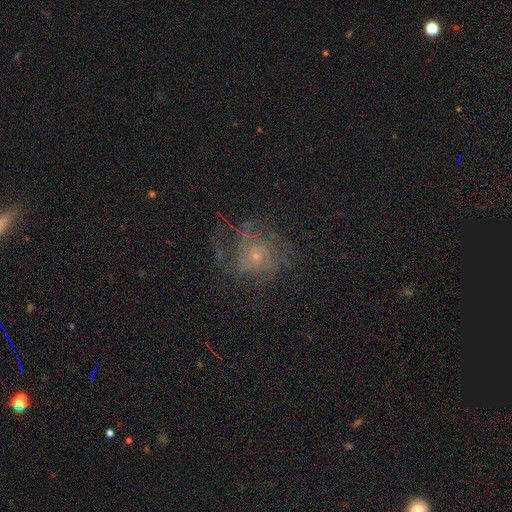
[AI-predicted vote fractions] This appears to be a featured or disk galaxy (66%) with no bar (79%), tight (42%) spiral arms (80%) and a small central bulge (70%). Merging: none (57%).